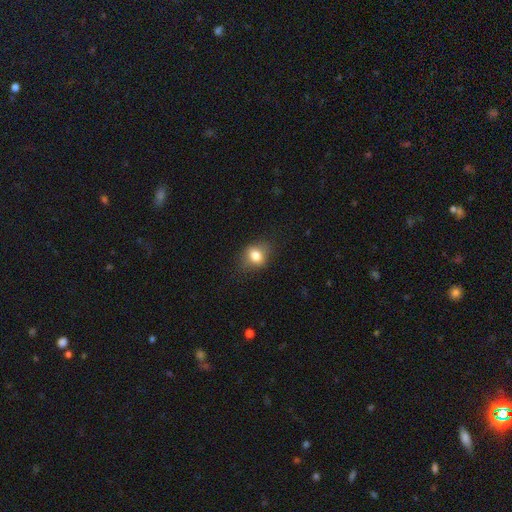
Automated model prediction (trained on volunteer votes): A smooth galaxy with no disk features (79%) that is round (52%).

Vote fractions:
- Smooth or featured? smooth: 79% / featured or disk: 11% / star or artifact: 10%
- How rounded? round: 52% / in between: 47% / cigar-shaped: 1%
- Merging? none: 76% / minor disturbance: 17% / major disturbance: 6% / merger: 1%